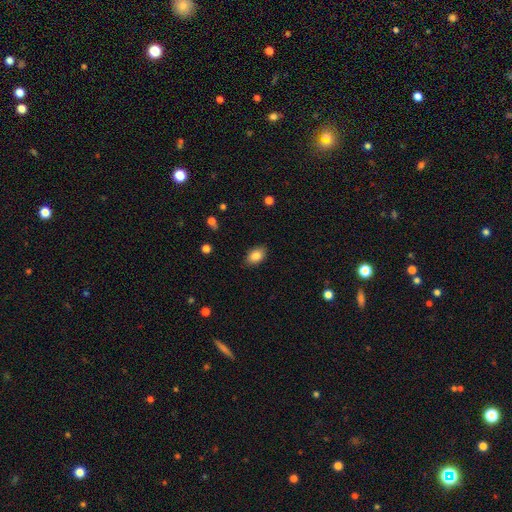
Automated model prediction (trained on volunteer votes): Overall: smooth (86%). How rounded: in between (87%). Merging: none (87%).